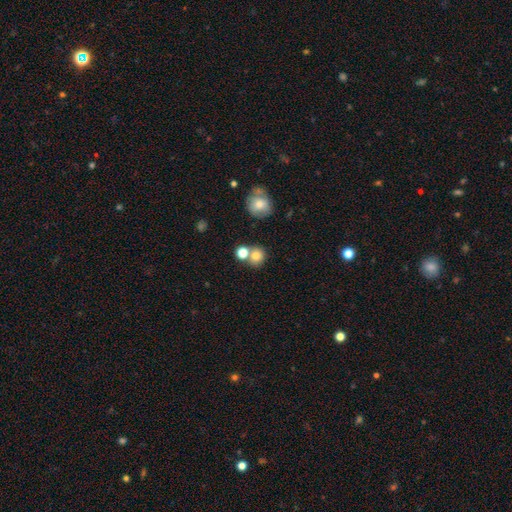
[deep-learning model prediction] The model was most divided on "merging": none: 55%, merger: 32%, minor disturbance: 9%, major disturbance: 4%. More confident: how rounded — round (85%); smooth or featured — smooth (78%).